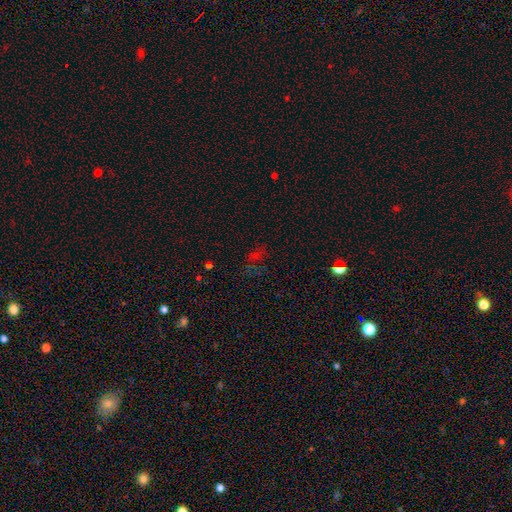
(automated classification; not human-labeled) Smooth or featured? star or artifact (52%)